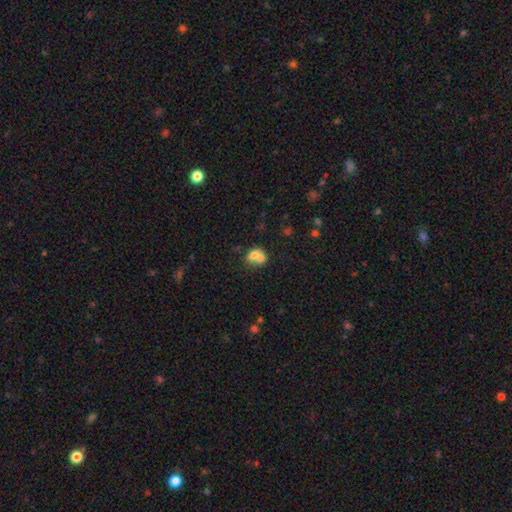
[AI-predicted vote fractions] Smooth or featured: smooth — 67% (featured or disk — 23%)
How rounded: round — 58% (in between — 41%)
Merging: merger — 66% (none — 23%)